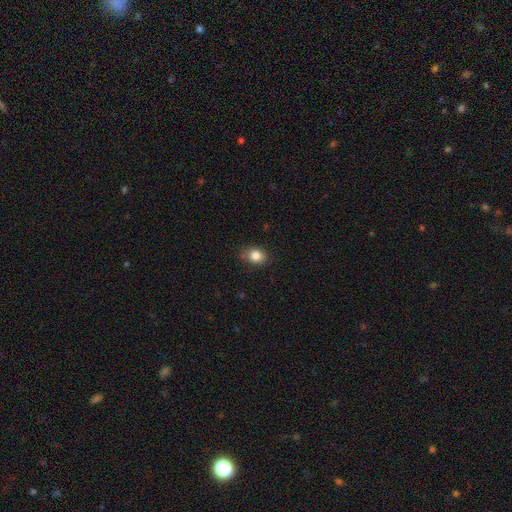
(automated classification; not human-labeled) smooth 84%, star or artifact 10%, featured or disk 6%. Down the decision tree: how rounded — in between (54%); merging — none (82%).